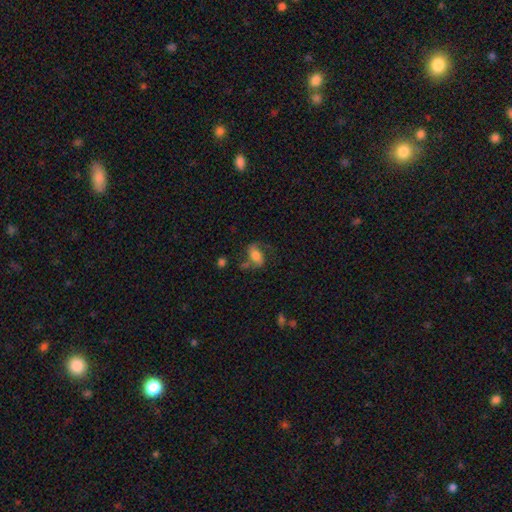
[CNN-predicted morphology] smooth_or_featured: featured or disk (p=0.45) [tied with: smooth p=0.45]
merging: none (p=0.49) [alt: minor disturbance p=0.22]